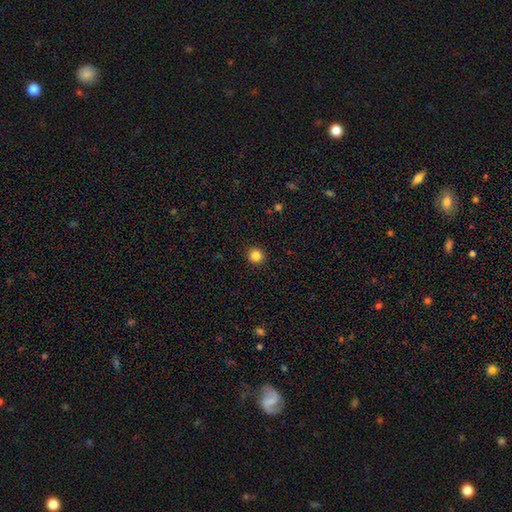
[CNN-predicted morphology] A smooth galaxy with no disk features (84%) that is round (94%).

Vote fractions:
- Smooth or featured? smooth: 84% / star or artifact: 12% / featured or disk: 4%
- How rounded? round: 94% / in between: 5% / cigar-shaped: 1%
- Merging? none: 93% / minor disturbance: 5% / major disturbance: 2% / merger: 1%